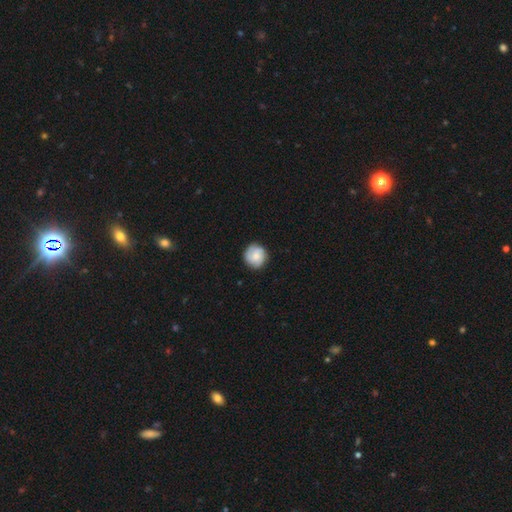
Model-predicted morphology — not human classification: This is possibly a smooth galaxy (57%). How rounded: clearly round (92%). Merging: clearly none (84%).